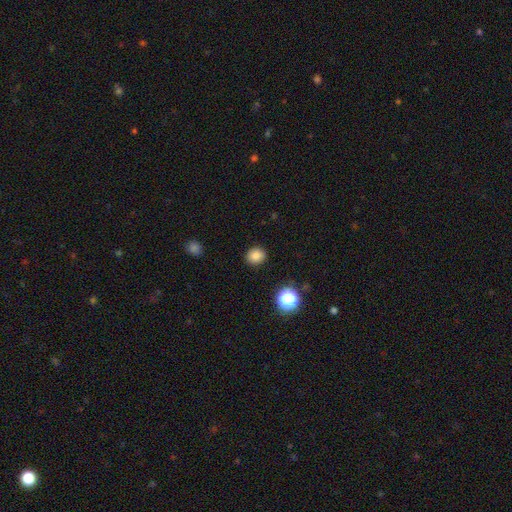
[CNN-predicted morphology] smooth-or-featured: smooth: 83% | star or artifact: 12% | featured or disk: 5%
  how-rounded: round: 73% | in between: 26% | cigar-shaped: 1%
  merging: none: 89% | minor disturbance: 7% | major disturbance: 2% | merger: 1%